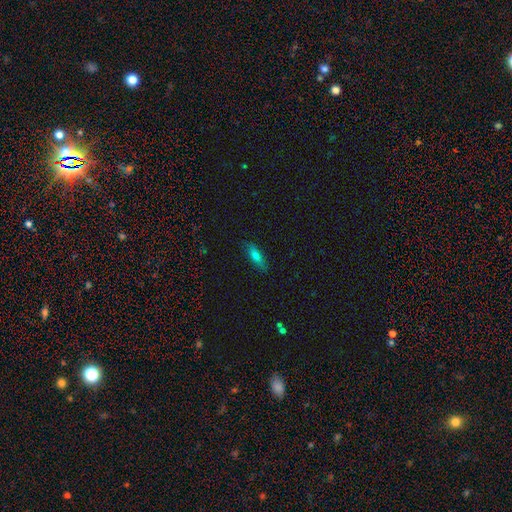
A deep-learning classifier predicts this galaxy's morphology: Q: Smooth or featured?
A: smooth (72%); runner-up: featured or disk (20%)
Q: How rounded?
A: in between (49%); runner-up: cigar-shaped (48%)
Q: Merging?
A: none (85%); runner-up: minor disturbance (12%)